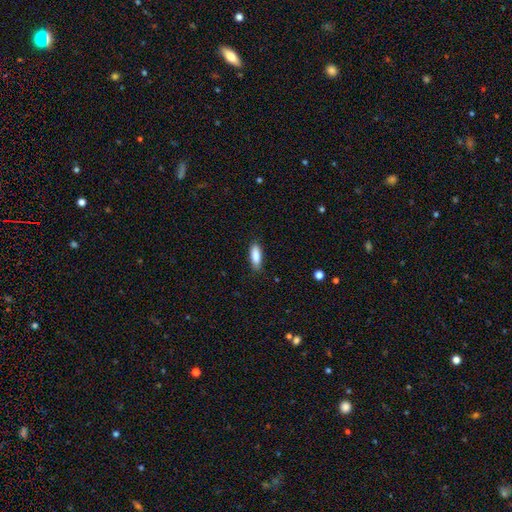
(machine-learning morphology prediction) smooth-or-featured: smooth: 87% | featured or disk: 7% | star or artifact: 6%
  how-rounded: in between: 67% | cigar-shaped: 31% | round: 2%
  merging: none: 86% | minor disturbance: 11% | major disturbance: 2% | merger: 1%